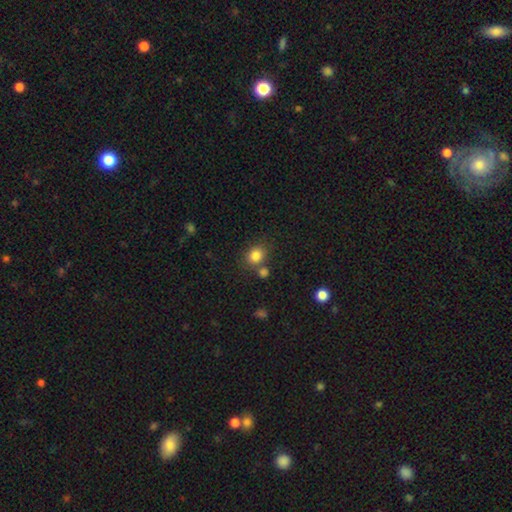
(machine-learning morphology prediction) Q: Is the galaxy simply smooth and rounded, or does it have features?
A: smooth — 83%.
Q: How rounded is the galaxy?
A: round — 64%.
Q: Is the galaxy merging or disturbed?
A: none — 68%.